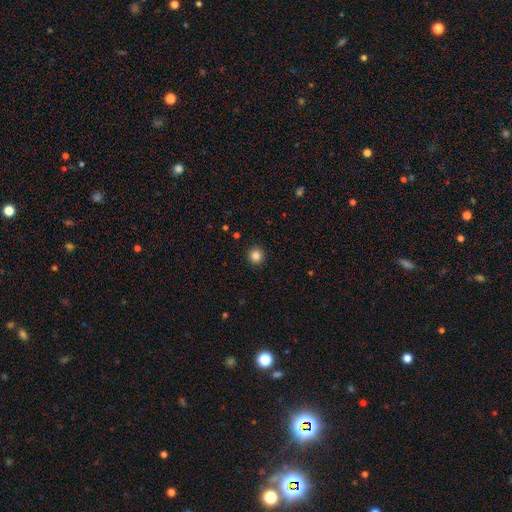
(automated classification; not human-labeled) smooth_or_featured: smooth (p=0.86) [alt: star or artifact p=0.10]
how_rounded: round (p=0.93) [alt: in between p=0.06]
merging: none (p=0.93) [alt: minor disturbance p=0.05]